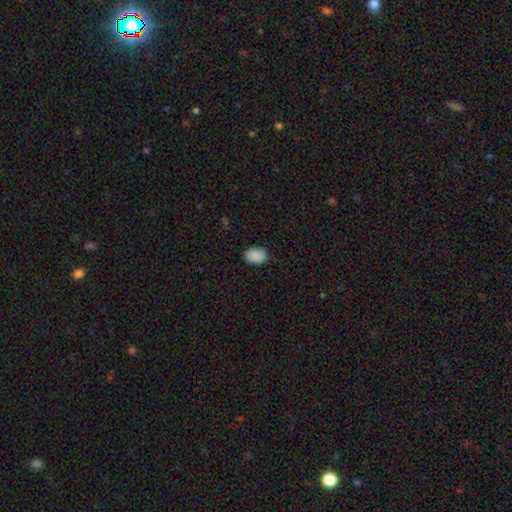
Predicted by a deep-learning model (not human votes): This appears to be a smooth galaxy with no disk features (89%) that is in between round and cigar-shaped (84%). Merging: none (82%).